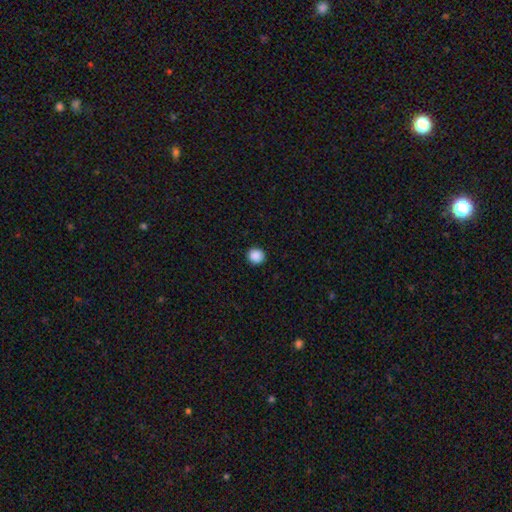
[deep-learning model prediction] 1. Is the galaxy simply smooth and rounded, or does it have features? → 89% smooth, 9% star or artifact, 2% featured or disk.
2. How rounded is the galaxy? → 93% round, 6% in between, 1% cigar-shaped.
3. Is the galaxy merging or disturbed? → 93% none, 5% minor disturbance, 2% major disturbance, 1% merger.